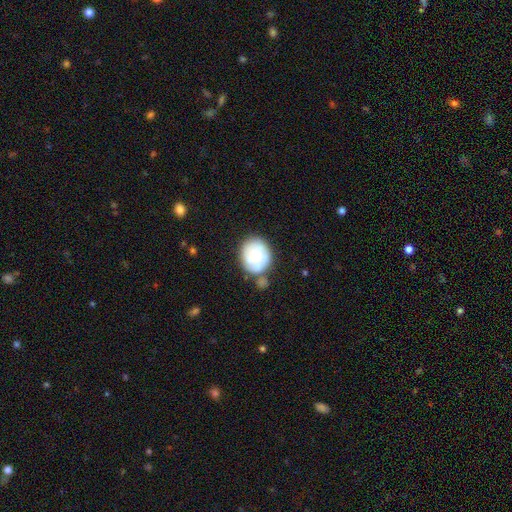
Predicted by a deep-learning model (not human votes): This appears to be a smooth galaxy with no disk features (52%) that is round (67%). Merging: none (48%).